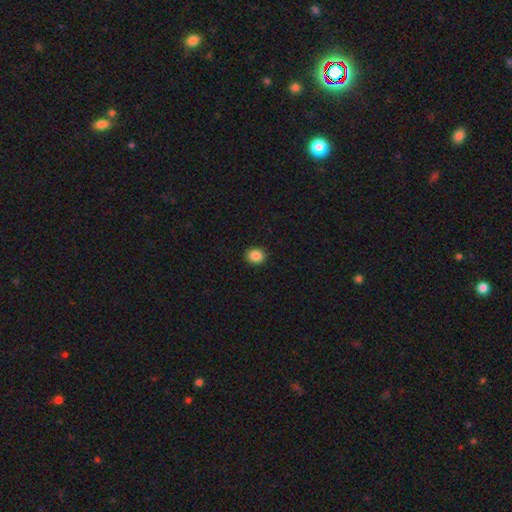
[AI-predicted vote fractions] Morphology: type=smooth (87%); roundness=round (66%); merging=none (92%).